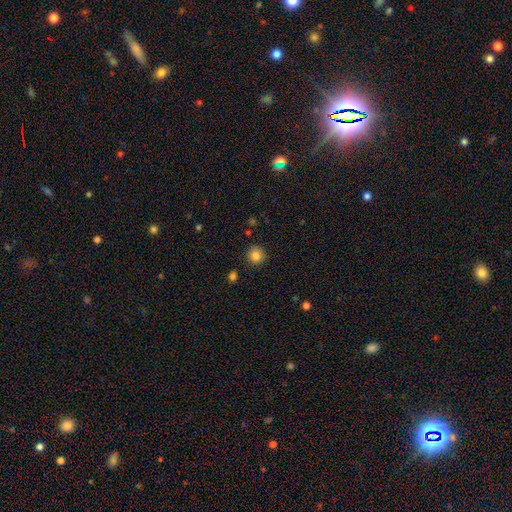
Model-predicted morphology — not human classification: A smooth galaxy with no disk features (84%) that is round (91%).

Vote fractions:
- Smooth or featured? smooth: 84% / star or artifact: 11% / featured or disk: 6%
- How rounded? round: 91% / in between: 8% / cigar-shaped: 1%
- Merging? none: 87% / minor disturbance: 9% / major disturbance: 2% / merger: 2%